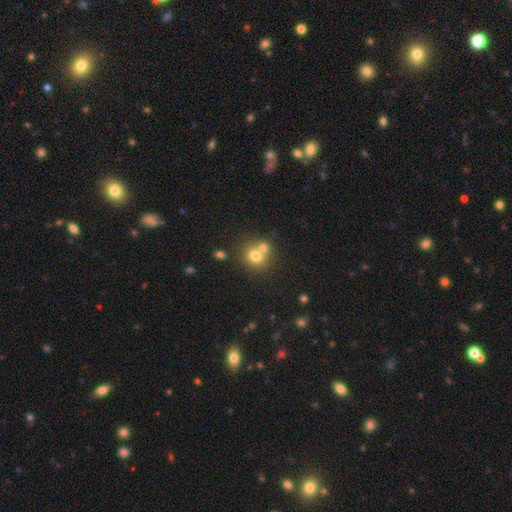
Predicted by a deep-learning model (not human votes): Q: Smooth or featured?
A: smooth (75%); runner-up: featured or disk (13%)
Q: How rounded?
A: round (80%); runner-up: in between (20%)
Q: Merging?
A: none (48%); runner-up: merger (41%)